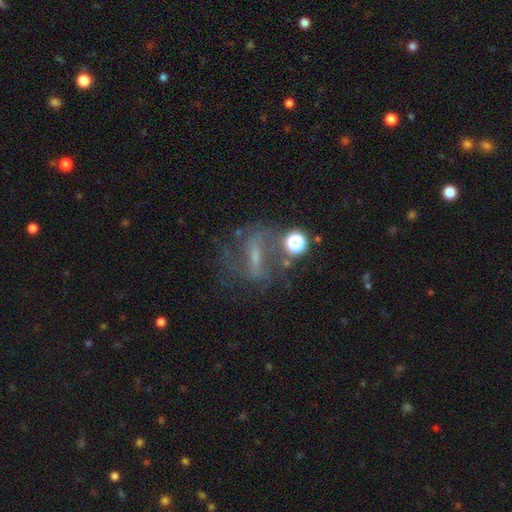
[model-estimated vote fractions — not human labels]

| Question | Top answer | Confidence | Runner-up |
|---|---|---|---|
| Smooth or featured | featured or disk | 64% | star or artifact (18%) |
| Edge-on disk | no | 85% | yes (15%) |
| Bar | strong | 48% | weak (33%) |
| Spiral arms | yes | 64% | no (36%) |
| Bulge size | small | 52% | none (23%) |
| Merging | none | 53% | major disturbance (21%) |